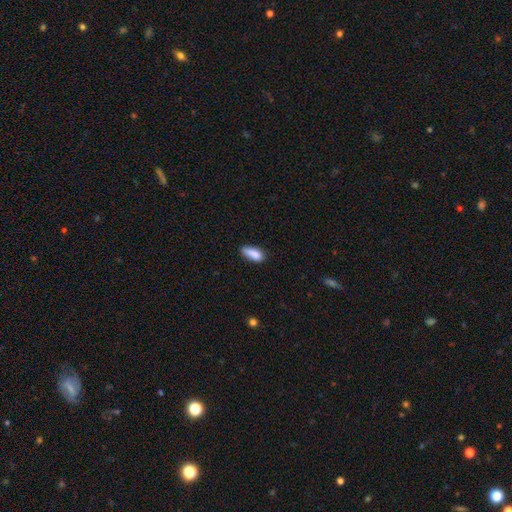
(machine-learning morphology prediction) Smooth or featured?
  - smooth: 85% *
  - star or artifact: 8%
  - featured or disk: 7%
How rounded?
  - in between: 75% *
  - cigar-shaped: 23%
  - round: 3%
Merging?
  - none: 61% *
  - minor disturbance: 28%
  - major disturbance: 6%
  - merger: 5%